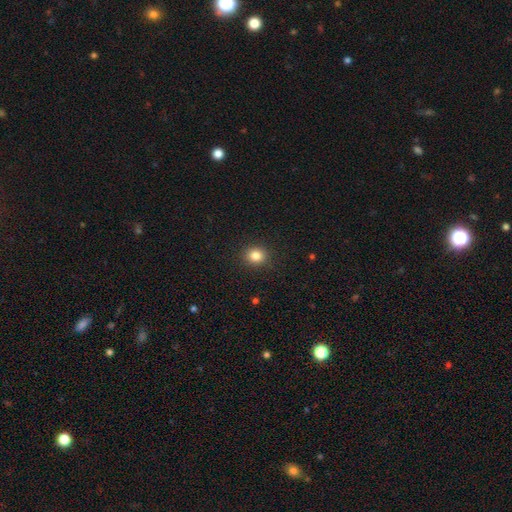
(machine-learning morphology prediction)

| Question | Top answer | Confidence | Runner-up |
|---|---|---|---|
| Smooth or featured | smooth | 84% | star or artifact (11%) |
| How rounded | round | 78% | in between (21%) |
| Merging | none | 90% | minor disturbance (7%) |